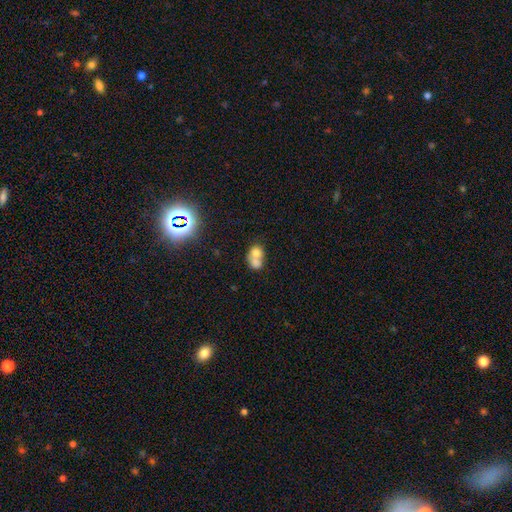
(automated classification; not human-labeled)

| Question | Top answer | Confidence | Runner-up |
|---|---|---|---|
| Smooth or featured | smooth | 67% | featured or disk (21%) |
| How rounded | round | 53% | in between (46%) |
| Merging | merger | 67% | none (22%) |